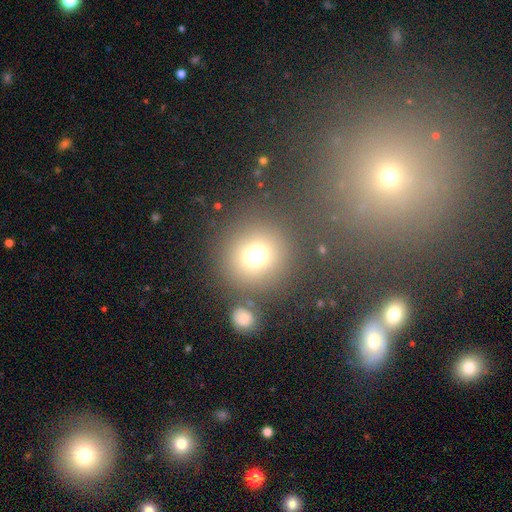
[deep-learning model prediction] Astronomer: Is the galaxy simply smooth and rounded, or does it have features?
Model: smooth — 71%.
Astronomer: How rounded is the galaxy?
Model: round — 91%.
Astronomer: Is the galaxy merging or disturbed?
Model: none — 76%.